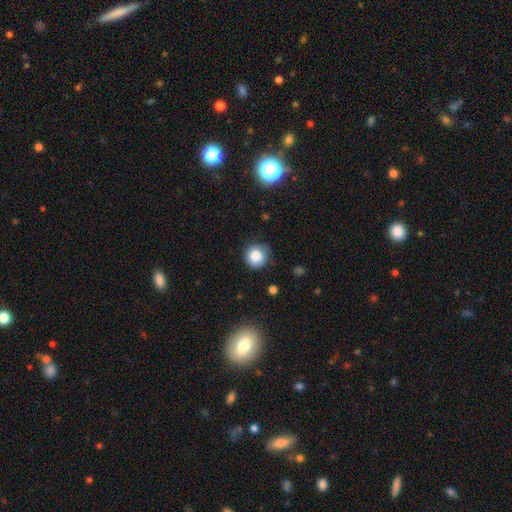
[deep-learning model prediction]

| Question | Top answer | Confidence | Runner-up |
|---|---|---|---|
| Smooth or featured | smooth | 84% | star or artifact (11%) |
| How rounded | round | 93% | in between (6%) |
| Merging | none | 84% | minor disturbance (12%) |